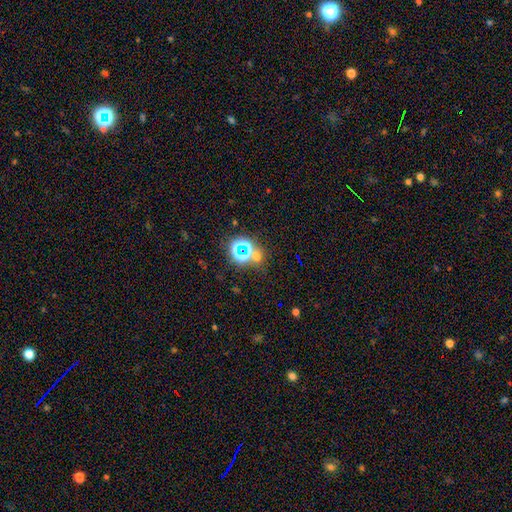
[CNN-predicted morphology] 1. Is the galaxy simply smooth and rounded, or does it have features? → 60% star or artifact, 31% smooth, 10% featured or disk.